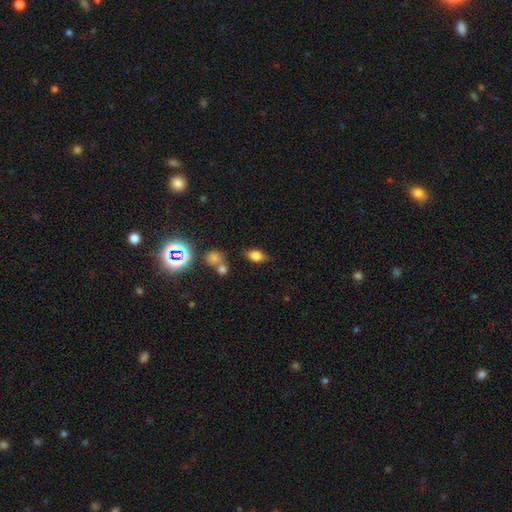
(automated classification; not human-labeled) This appears to be a smooth galaxy with no disk features (73%) that is in between round and cigar-shaped (82%). Merging: none (75%).